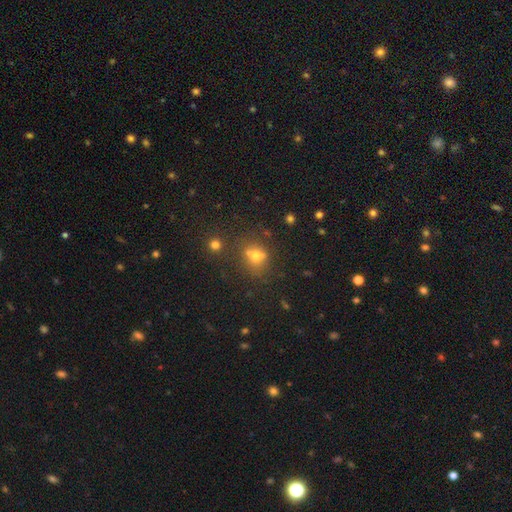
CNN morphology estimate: Smooth or featured? Predicted: smooth (p=0.61). How rounded? Predicted: round (p=0.71). Merging? Predicted: none (p=0.50).